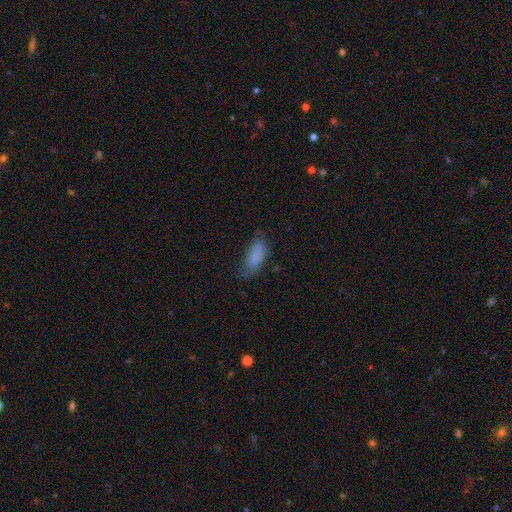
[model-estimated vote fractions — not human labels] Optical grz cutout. It shows a smooth galaxy with no disk features (79%) that is in between round and cigar-shaped (81%). Merging: none (51%).